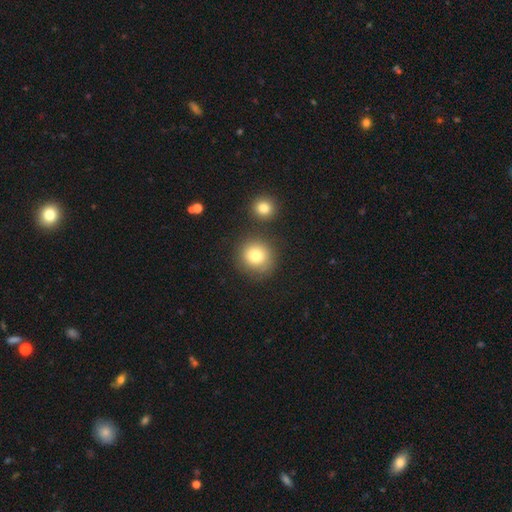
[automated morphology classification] smooth 80%, star or artifact 11%, featured or disk 10%. Down the decision tree: how rounded — round (91%); merging — none (77%).